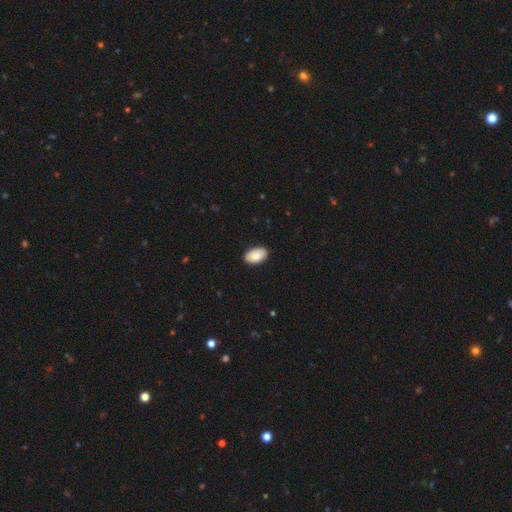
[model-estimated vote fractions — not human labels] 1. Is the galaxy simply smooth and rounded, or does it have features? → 86% smooth, 8% featured or disk, 6% star or artifact.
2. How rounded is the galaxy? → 94% in between, 4% round, 1% cigar-shaped.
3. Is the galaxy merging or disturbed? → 89% none, 8% minor disturbance, 2% major disturbance, 1% merger.